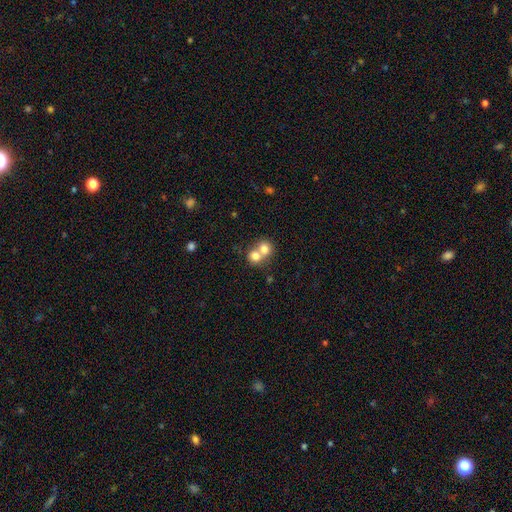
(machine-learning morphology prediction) Smooth or featured? smooth (75%)
How rounded? round (77%)
Merging? merger (68%)